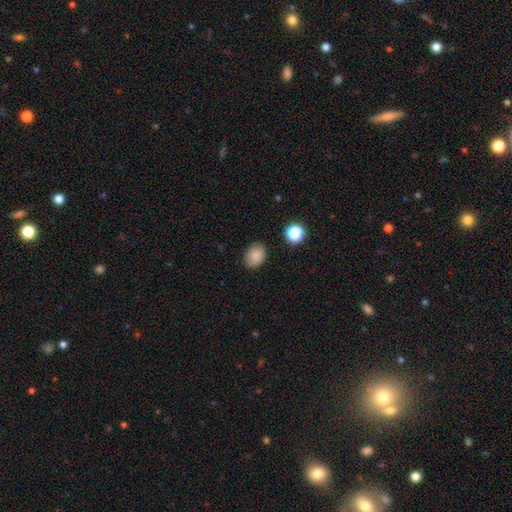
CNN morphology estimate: Smooth or featured?
  - smooth: 85% *
  - star or artifact: 10%
  - featured or disk: 5%
How rounded?
  - in between: 64% *
  - round: 35%
  - cigar-shaped: 1%
Merging?
  - none: 85% *
  - minor disturbance: 10%
  - major disturbance: 3%
  - merger: 2%